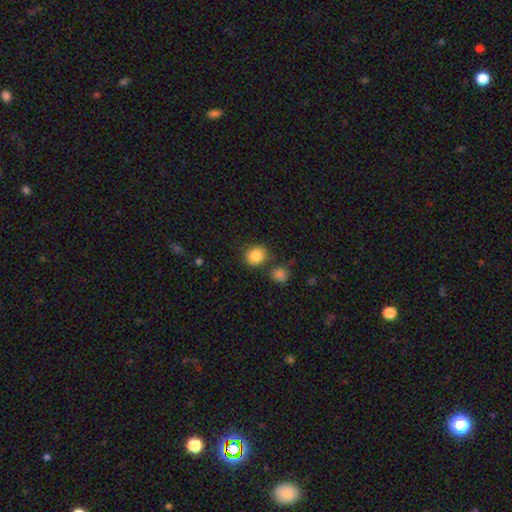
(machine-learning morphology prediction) This appears to be a smooth galaxy with no disk features (86%) that is round (81%). Merging: none (77%).